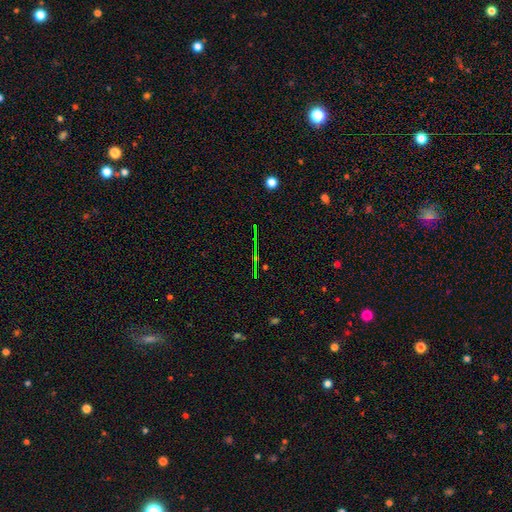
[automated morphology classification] smooth-or-featured: star or artifact: 72% | featured or disk: 14% | smooth: 14%